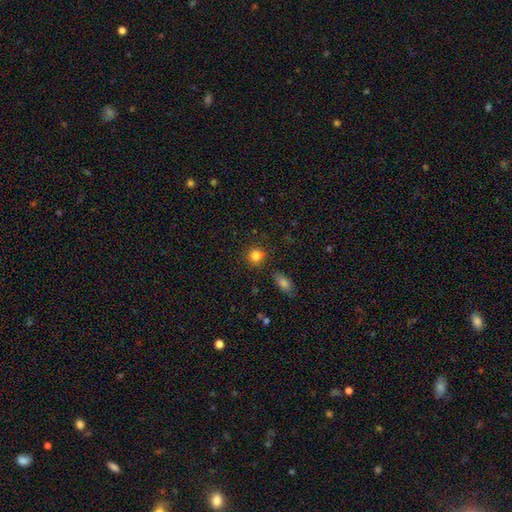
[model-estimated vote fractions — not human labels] Morphology: type=smooth (84%); roundness=round (90%); merging=none (86%).